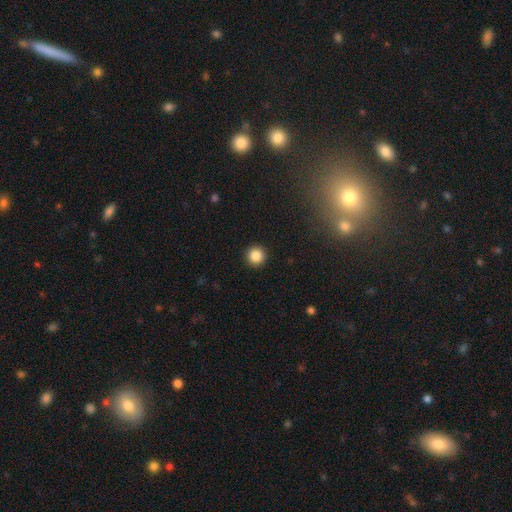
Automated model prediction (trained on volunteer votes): smooth-or-featured: smooth: 86% | star or artifact: 10% | featured or disk: 4%
  how-rounded: round: 96% | in between: 3% | cigar-shaped: 1%
  merging: none: 93% | minor disturbance: 4% | major disturbance: 2% | merger: 1%